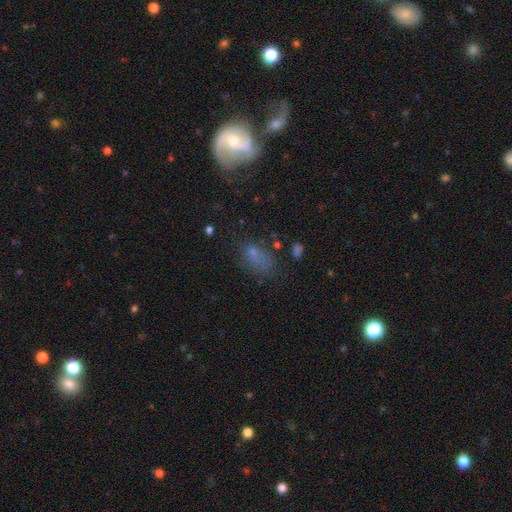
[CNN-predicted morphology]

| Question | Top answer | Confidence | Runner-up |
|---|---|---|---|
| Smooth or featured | smooth | 61% | star or artifact (21%) |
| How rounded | in between | 84% | round (12%) |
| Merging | none | 47% | minor disturbance (25%) |